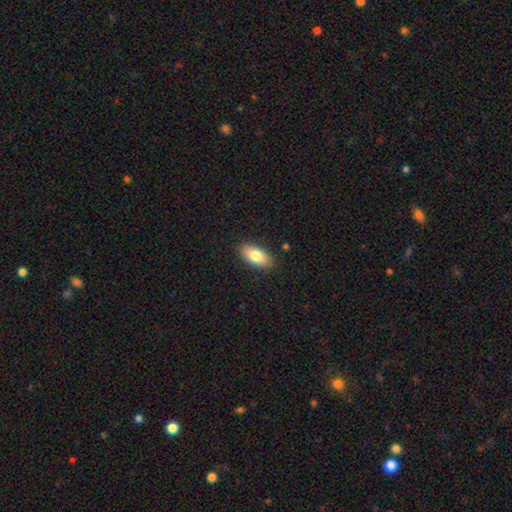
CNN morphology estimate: Smooth or featured?
  - smooth: 81% *
  - featured or disk: 13%
  - star or artifact: 6%
How rounded?
  - in between: 91% *
  - cigar-shaped: 7%
  - round: 3%
Merging?
  - none: 89% *
  - minor disturbance: 8%
  - major disturbance: 2%
  - merger: 1%